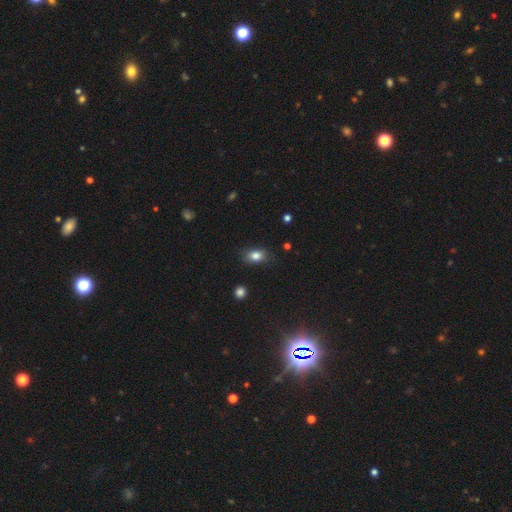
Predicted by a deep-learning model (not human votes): A smooth galaxy with no disk features (83%) that is in between round and cigar-shaped (78%).

Vote fractions:
- Smooth or featured? smooth: 83% / star or artifact: 10% / featured or disk: 7%
- How rounded? in between: 78% / round: 20% / cigar-shaped: 2%
- Merging? none: 78% / minor disturbance: 16% / major disturbance: 4% / merger: 1%